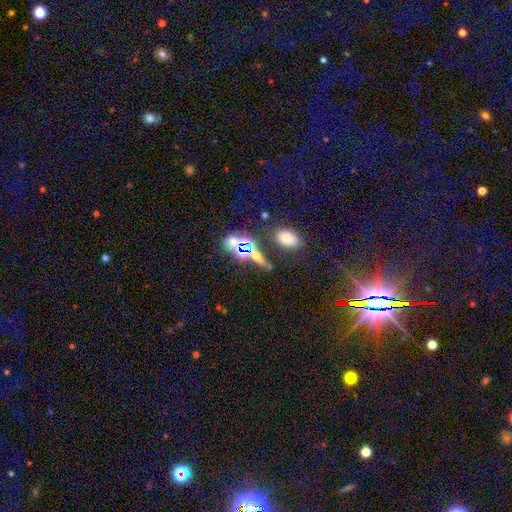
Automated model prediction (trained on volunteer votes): smooth-or-featured: star or artifact: 42% | smooth: 41% | featured or disk: 17%